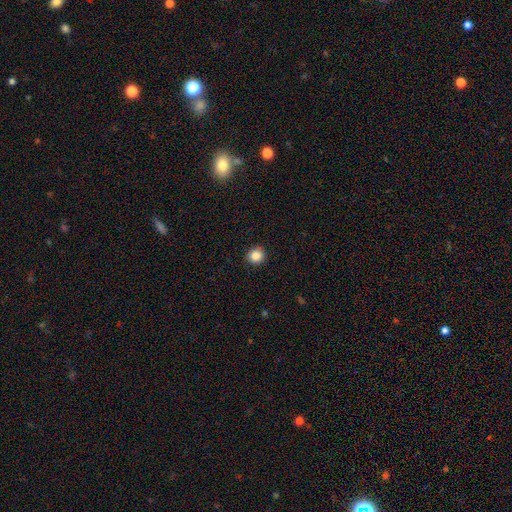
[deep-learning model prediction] This is clearly a smooth galaxy (86%). How rounded: clearly round (90%). Merging: clearly none (91%).